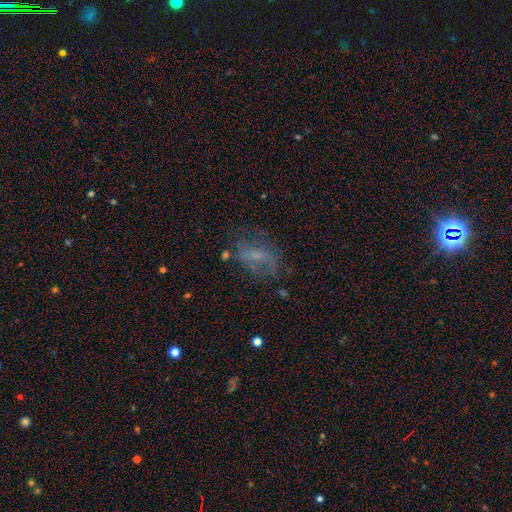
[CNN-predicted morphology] Smooth or featured? Predicted: featured or disk (p=0.48). Merging? Predicted: none (p=0.46).